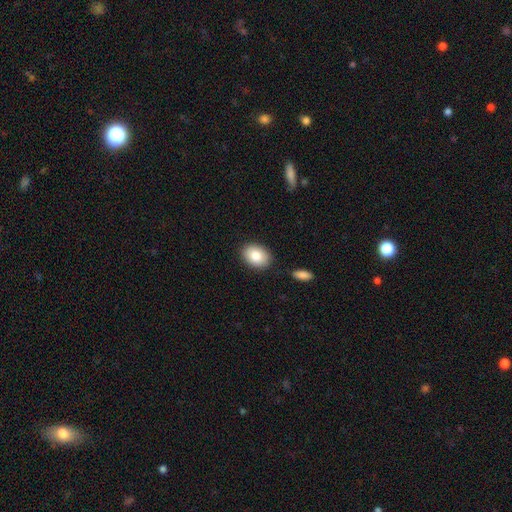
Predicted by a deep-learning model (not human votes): This is clearly a smooth galaxy (85%). How rounded: likely in between (79%). Merging: clearly none (85%).